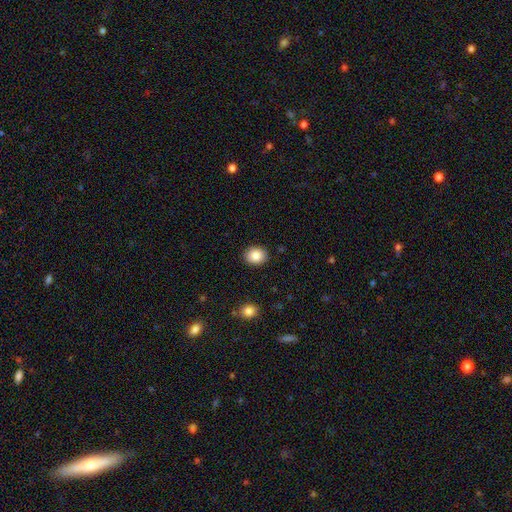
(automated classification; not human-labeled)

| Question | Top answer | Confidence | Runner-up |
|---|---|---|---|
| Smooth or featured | smooth | 85% | star or artifact (8%) |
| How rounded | round | 52% | in between (47%) |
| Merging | none | 90% | minor disturbance (7%) |